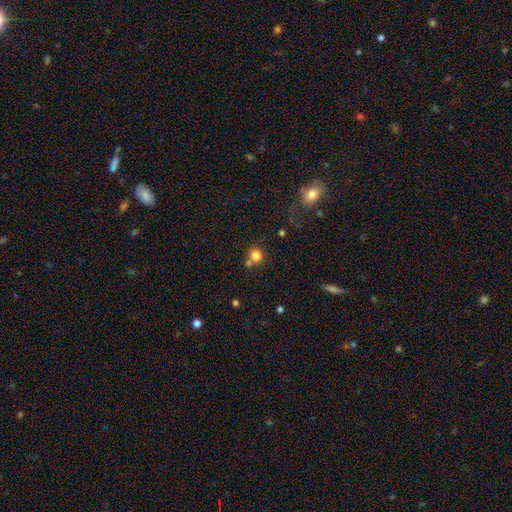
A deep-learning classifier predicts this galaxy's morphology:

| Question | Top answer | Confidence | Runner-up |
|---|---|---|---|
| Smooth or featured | smooth | 81% | star or artifact (13%) |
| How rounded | round | 91% | in between (8%) |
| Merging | none | 65% | merger (23%) |